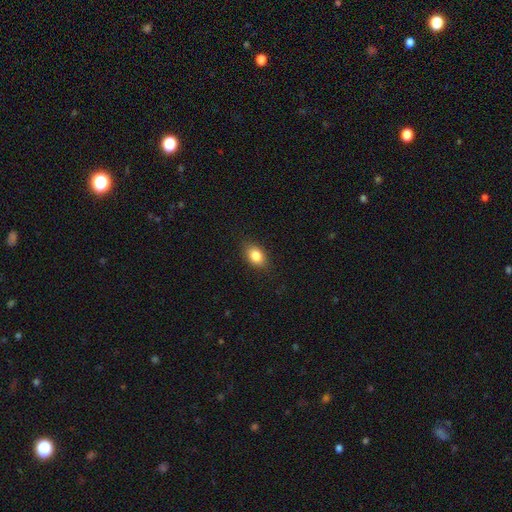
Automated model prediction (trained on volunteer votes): This appears to be a smooth galaxy with no disk features (84%) that is in between round and cigar-shaped (78%). Merging: none (86%).